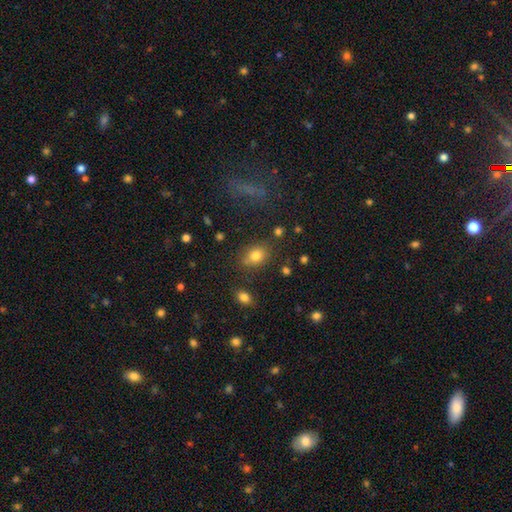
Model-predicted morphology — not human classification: Smooth or featured? Predicted: smooth (p=0.79). How rounded? Predicted: in between (p=0.62). Merging? Predicted: none (p=0.74).